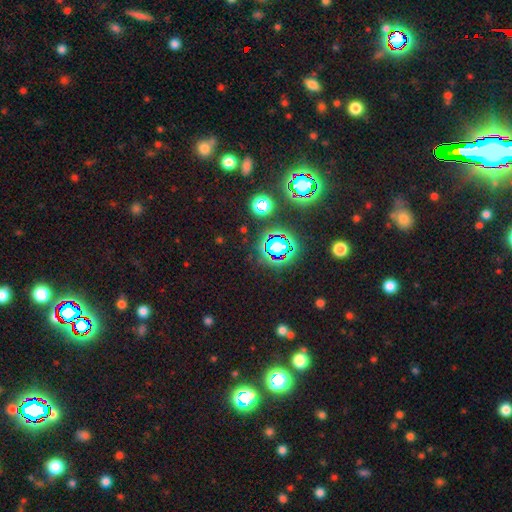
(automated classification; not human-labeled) Morphology: type=star or artifact (75%).